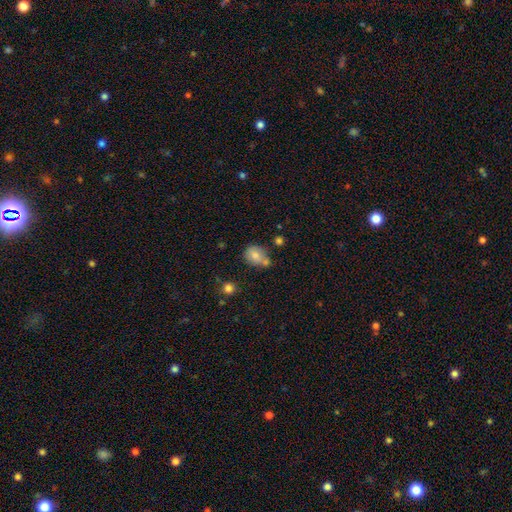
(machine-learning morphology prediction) type=smooth (75%); roundness=round (57%); merging=none (54%).